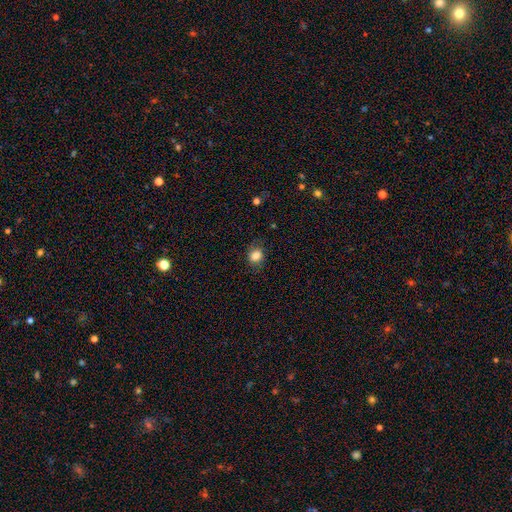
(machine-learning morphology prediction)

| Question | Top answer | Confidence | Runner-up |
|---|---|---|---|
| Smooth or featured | smooth | 82% | star or artifact (10%) |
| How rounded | round | 56% | in between (43%) |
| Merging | none | 75% | minor disturbance (18%) |